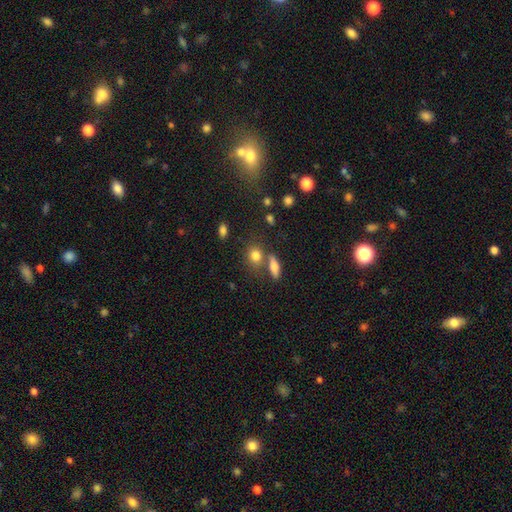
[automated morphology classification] A smooth galaxy with no disk features (80%) that is round (56%). Merging: none (60%).